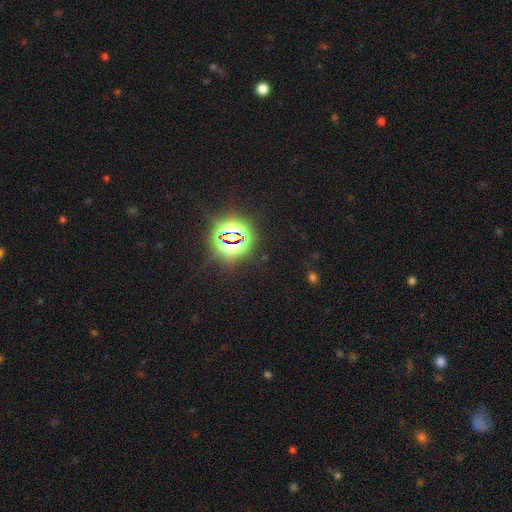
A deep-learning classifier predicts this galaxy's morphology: A star or artifact, not a galaxy (81%).